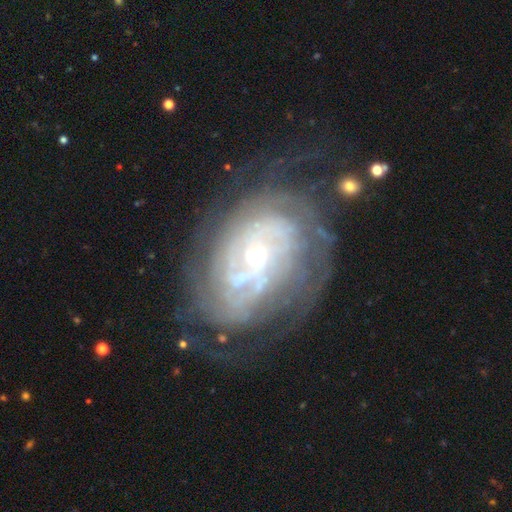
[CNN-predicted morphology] A featured or disk galaxy (84%) with no bar (70%), tight (71%) spiral arms (91%) and a small central bulge (75%). Merging: none (61%).